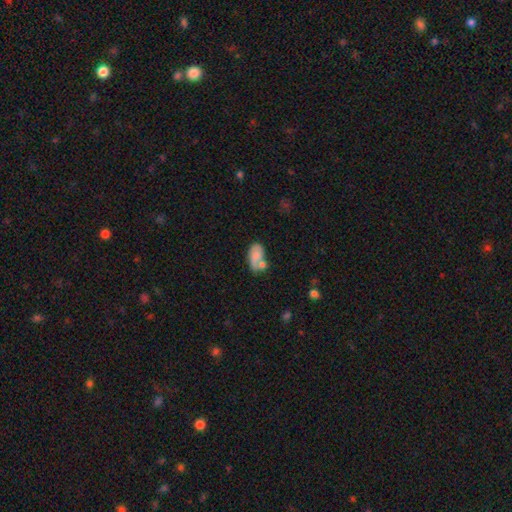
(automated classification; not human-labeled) Q: Smooth or featured?
A: smooth (56%); runner-up: featured or disk (35%)
Q: How rounded?
A: in between (90%); runner-up: round (8%)
Q: Merging?
A: merger (36%); runner-up: none (33%)